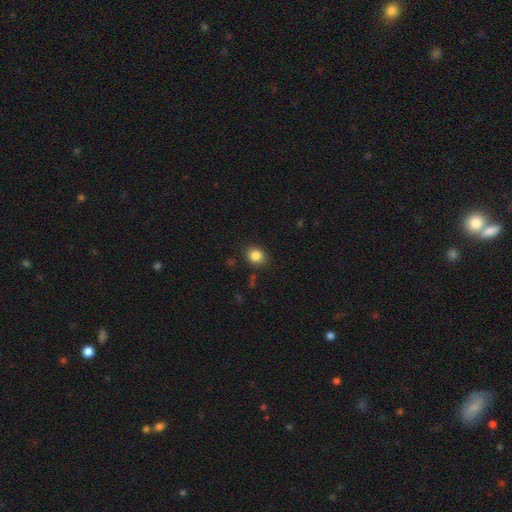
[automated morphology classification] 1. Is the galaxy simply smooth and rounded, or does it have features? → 85% smooth, 10% star or artifact, 5% featured or disk.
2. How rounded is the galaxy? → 62% round, 38% in between, 1% cigar-shaped.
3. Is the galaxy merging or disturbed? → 86% none, 10% minor disturbance, 3% major disturbance, 2% merger.